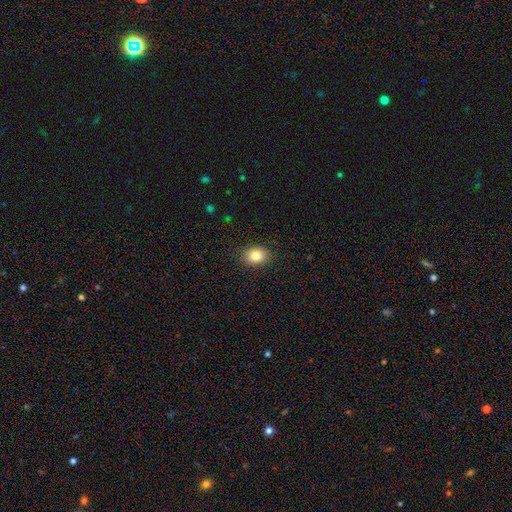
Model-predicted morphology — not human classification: Smooth or featured: smooth — 82% (star or artifact — 10%)
How rounded: in between — 53% (round — 46%)
Merging: none — 88% (minor disturbance — 9%)